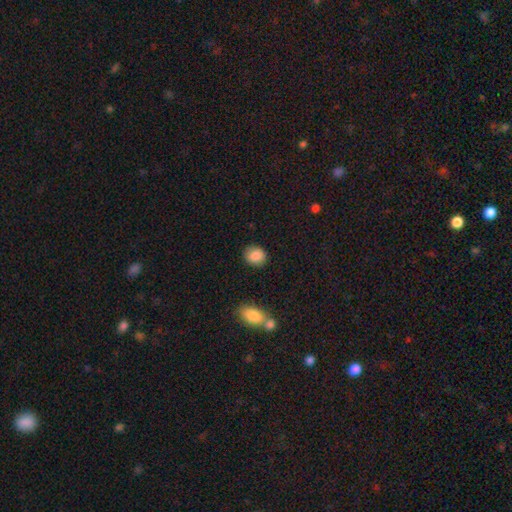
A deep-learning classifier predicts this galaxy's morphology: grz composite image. It shows a smooth galaxy with no disk features (87%) that is round (64%). Merging: none (84%).